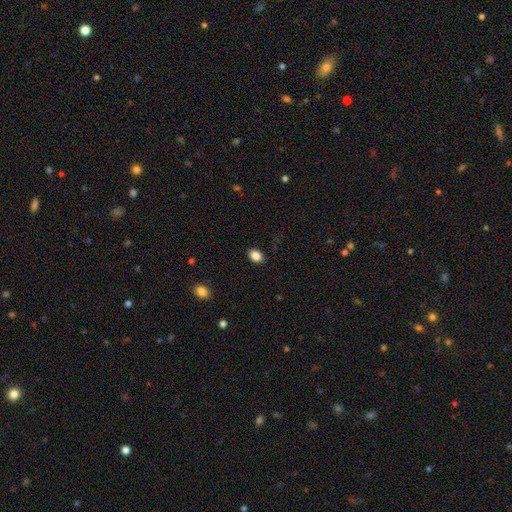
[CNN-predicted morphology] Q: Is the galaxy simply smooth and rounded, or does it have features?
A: smooth — 86%.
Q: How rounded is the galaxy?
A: in between — 70%.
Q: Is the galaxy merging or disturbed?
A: none — 89%.